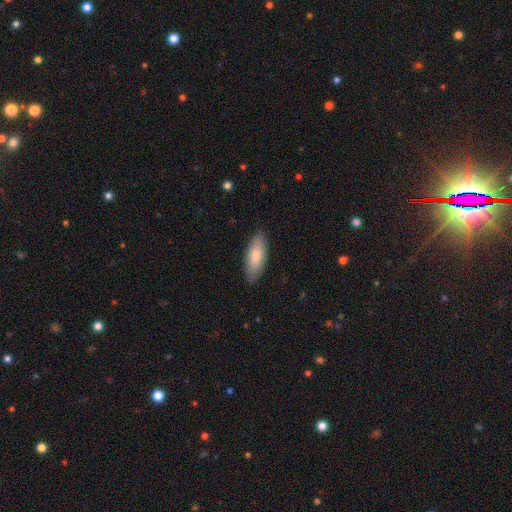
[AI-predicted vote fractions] Overall: smooth (78%). How rounded: in between (70%). Merging: none (87%).